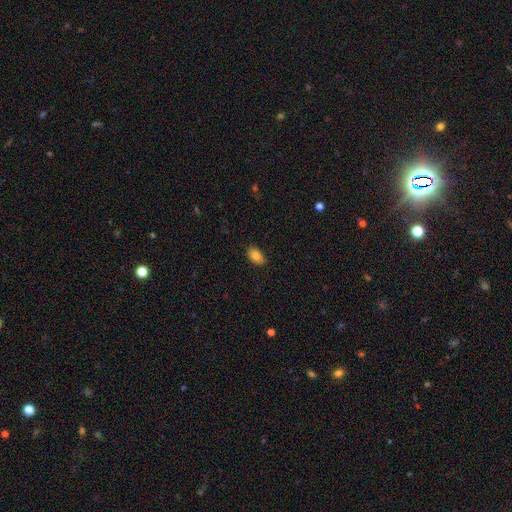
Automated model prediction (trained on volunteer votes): Overall: smooth (84%). How rounded: in between (90%). Merging: none (86%).